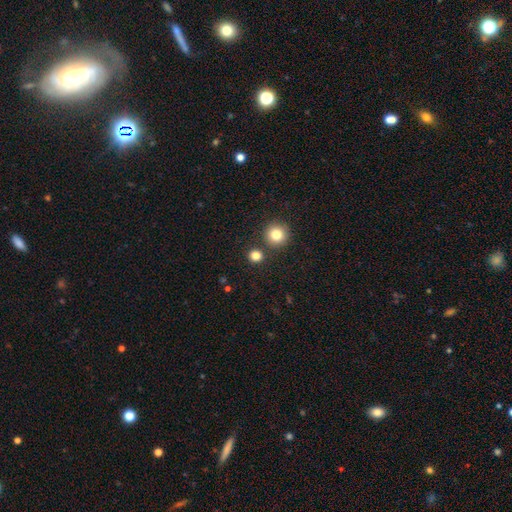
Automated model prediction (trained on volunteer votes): Smooth or featured? smooth (82%)
How rounded? round (89%)
Merging? none (82%)